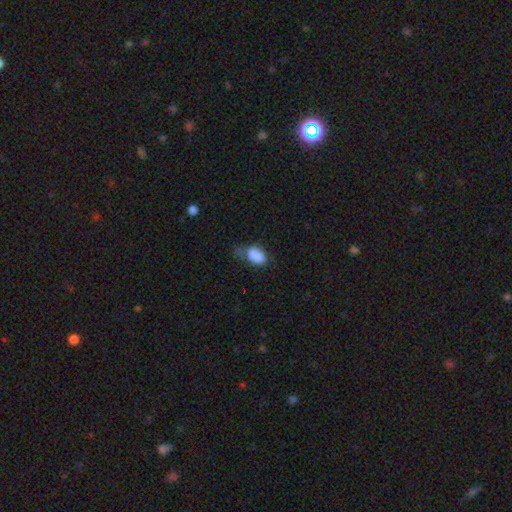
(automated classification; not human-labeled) A smooth galaxy with no disk features (86%) that is in between round and cigar-shaped (90%). Merging: none (41%).